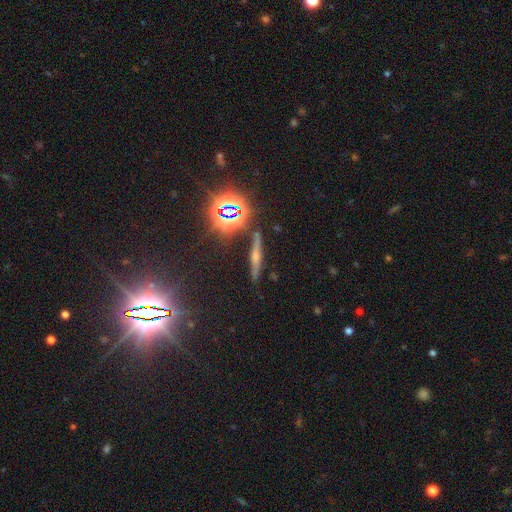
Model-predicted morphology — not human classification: smooth-or-featured: featured or disk: 46% | smooth: 29% | star or artifact: 26%
  merging: none: 86% | minor disturbance: 9% | merger: 3% | major disturbance: 2%